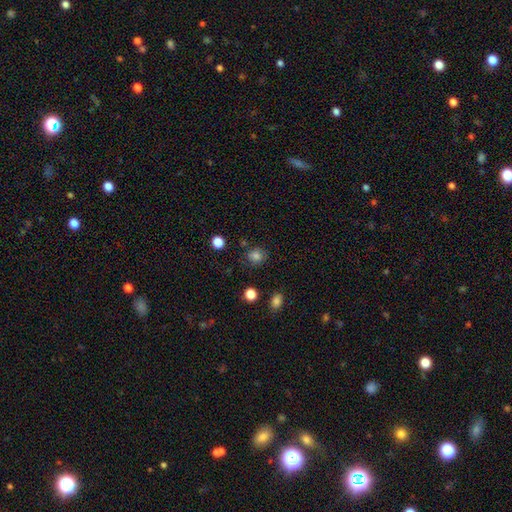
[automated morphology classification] Smooth or featured: smooth — 80% (star or artifact — 13%)
How rounded: round — 79% (in between — 20%)
Merging: none — 77% (minor disturbance — 14%)